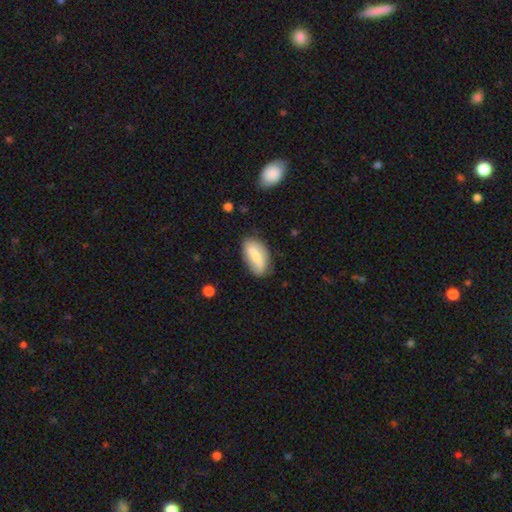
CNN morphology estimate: A smooth galaxy with no disk features (70%) that is in between round and cigar-shaped (89%).

Vote fractions:
- Smooth or featured? smooth: 70% / featured or disk: 23% / star or artifact: 6%
- How rounded? in between: 89% / cigar-shaped: 9% / round: 3%
- Merging? none: 73% / minor disturbance: 20% / major disturbance: 5% / merger: 2%